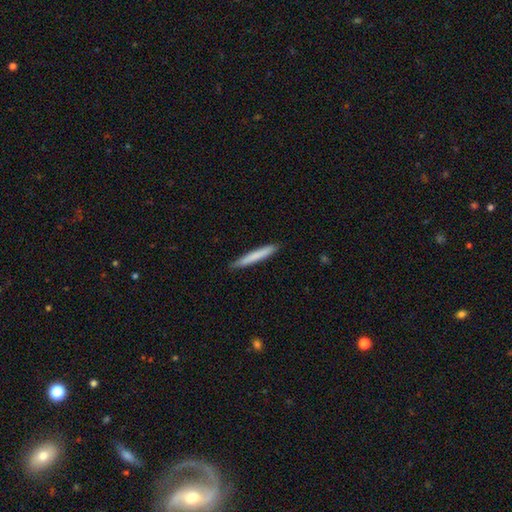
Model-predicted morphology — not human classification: Smooth or featured? Predicted: smooth (p=0.75). How rounded? Predicted: cigar-shaped (p=0.96). Merging? Predicted: none (p=0.89).